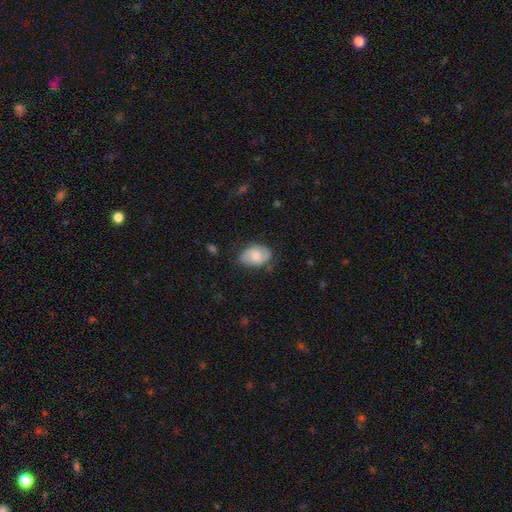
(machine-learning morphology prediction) smooth-or-featured: featured or disk: 48% | smooth: 45% | star or artifact: 7%
  merging: none: 69% | minor disturbance: 24% | major disturbance: 6% | merger: 1%